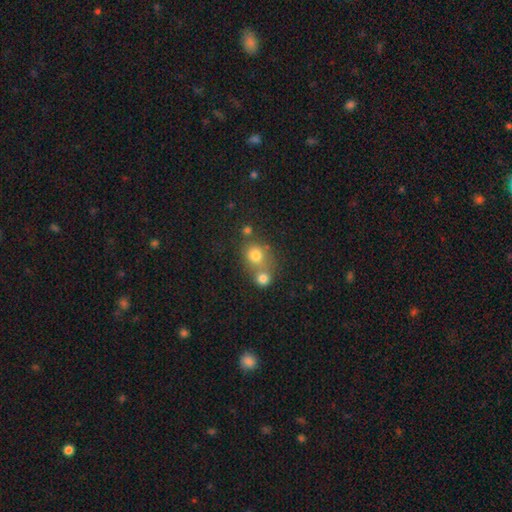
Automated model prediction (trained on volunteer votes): Morphology: type=smooth (76%); roundness=round (77%); merging=merger (44%).